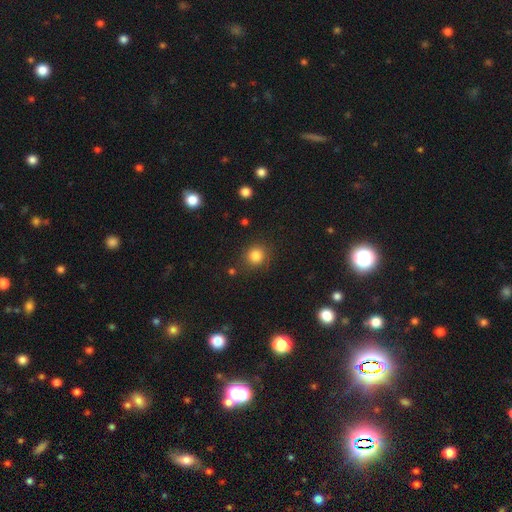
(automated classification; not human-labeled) Smooth or featured?
  - smooth: 82% *
  - star or artifact: 12%
  - featured or disk: 5%
How rounded?
  - round: 89% *
  - in between: 10%
  - cigar-shaped: 1%
Merging?
  - none: 84% *
  - minor disturbance: 10%
  - major disturbance: 3%
  - merger: 3%